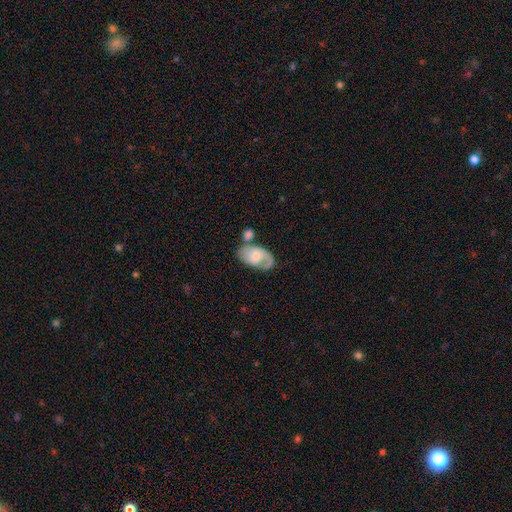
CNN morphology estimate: Q: Smooth or featured?
A: featured or disk (51%); runner-up: smooth (43%)
Q: Edge-on disk?
A: no (94%); runner-up: yes (6%)
Q: Merging?
A: none (46%); runner-up: minor disturbance (21%)